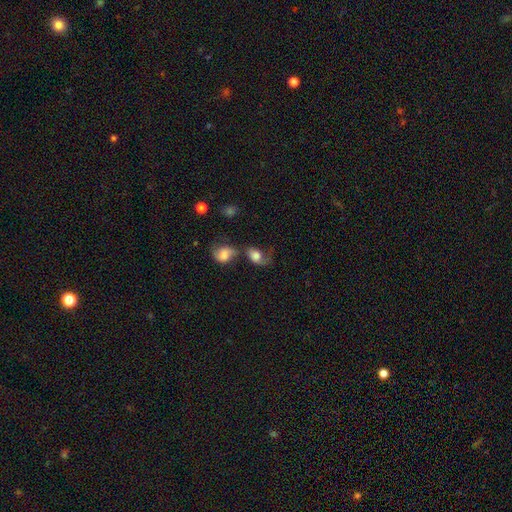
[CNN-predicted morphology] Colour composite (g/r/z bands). It shows a smooth galaxy with no disk features (52%) that is in between round and cigar-shaped (66%). Merging: merger (42%).